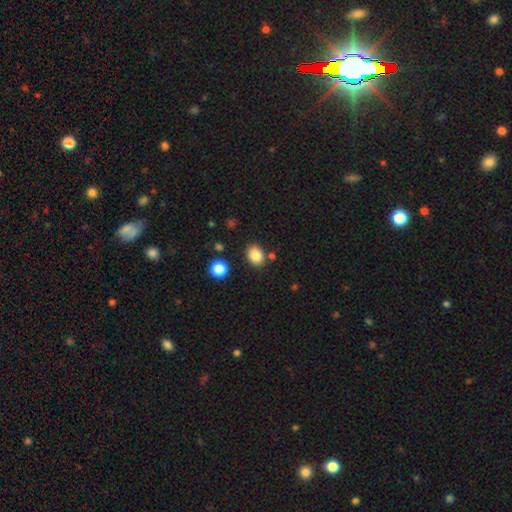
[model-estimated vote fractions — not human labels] Overall: smooth (84%). How rounded: in between (61%; round 38%). Merging: none (81%).